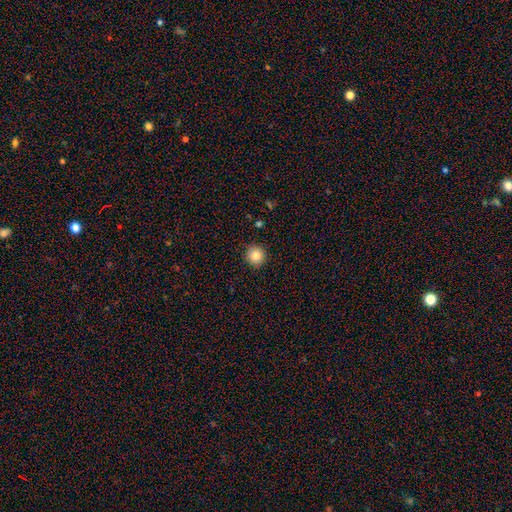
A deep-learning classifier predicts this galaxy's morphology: The model was most divided on "smooth or featured": smooth: 84%, star or artifact: 10%, featured or disk: 6%. More confident: how rounded — round (95%); merging — none (92%).